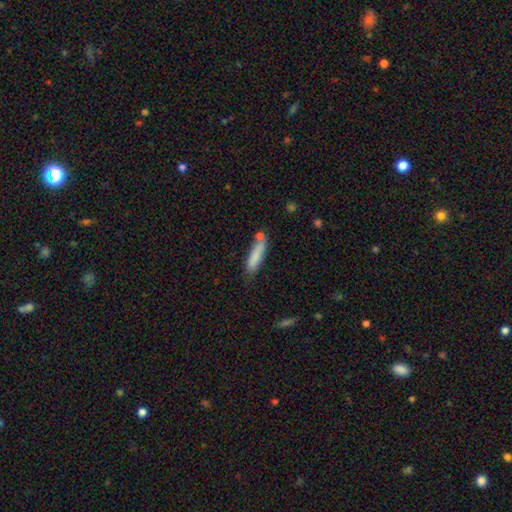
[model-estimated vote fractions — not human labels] The model was most divided on "merging": none: 62%, minor disturbance: 20%, merger: 13%, major disturbance: 5%. More confident: smooth or featured — smooth (82%); how rounded — cigar-shaped (74%).